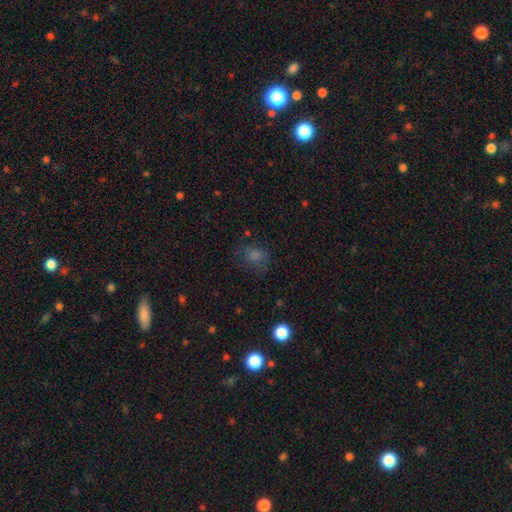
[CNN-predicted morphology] This is likely a smooth galaxy (61%). How rounded: likely round (60%). Merging: likely none (67%).